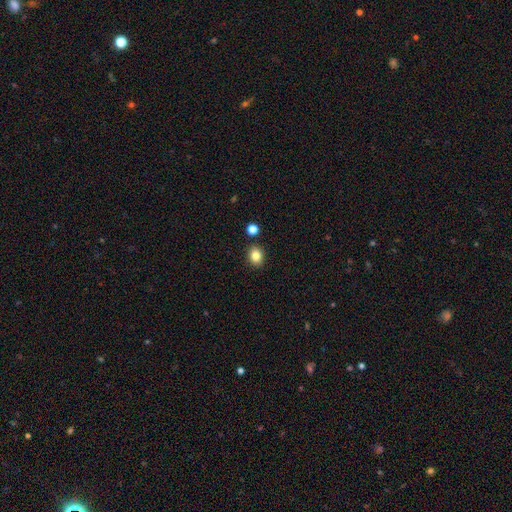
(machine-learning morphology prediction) A smooth galaxy with no disk features (83%) that is round (57%).

Vote fractions:
- Smooth or featured? smooth: 83% / star or artifact: 11% / featured or disk: 6%
- How rounded? round: 57% / in between: 42% / cigar-shaped: 1%
- Merging? none: 86% / minor disturbance: 8% / merger: 4% / major disturbance: 2%